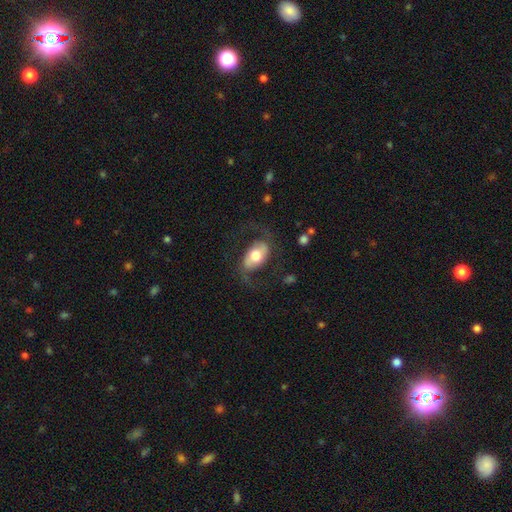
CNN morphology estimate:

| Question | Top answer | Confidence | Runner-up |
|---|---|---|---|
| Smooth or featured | featured or disk | 64% | smooth (30%) |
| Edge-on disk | no | 95% | yes (5%) |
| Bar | no | 37% | weak (34%) |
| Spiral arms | yes | 84% | no (16%) |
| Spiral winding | loose | 55% | medium (37%) |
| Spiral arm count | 2 | 91% | can't tell (4%) |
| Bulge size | moderate | 58% | large (29%) |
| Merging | none | 66% | major disturbance (17%) |